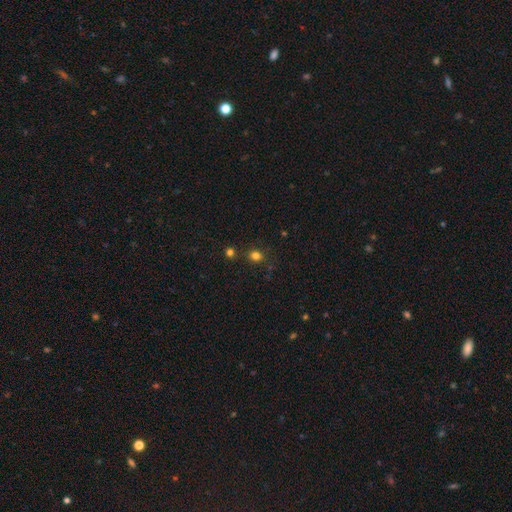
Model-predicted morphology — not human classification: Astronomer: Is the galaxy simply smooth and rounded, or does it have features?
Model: smooth — 76%.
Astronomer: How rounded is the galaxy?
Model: round — 69%.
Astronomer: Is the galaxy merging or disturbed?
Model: none — 81%.